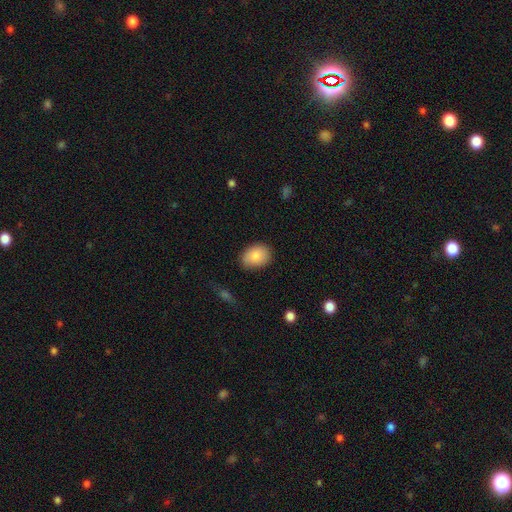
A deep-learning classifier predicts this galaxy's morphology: A smooth galaxy with no disk features (85%) that is in between round and cigar-shaped (70%). Merging: none (82%).